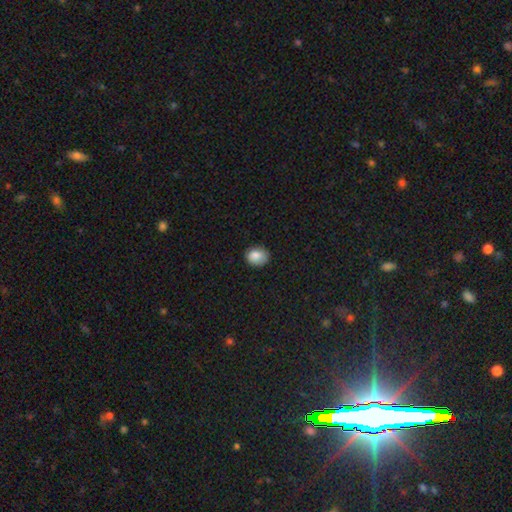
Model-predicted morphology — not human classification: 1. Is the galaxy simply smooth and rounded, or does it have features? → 84% smooth, 9% star or artifact, 7% featured or disk.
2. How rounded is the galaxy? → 55% round, 44% in between, 1% cigar-shaped.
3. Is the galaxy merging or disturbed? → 79% none, 17% minor disturbance, 3% major disturbance, 1% merger.